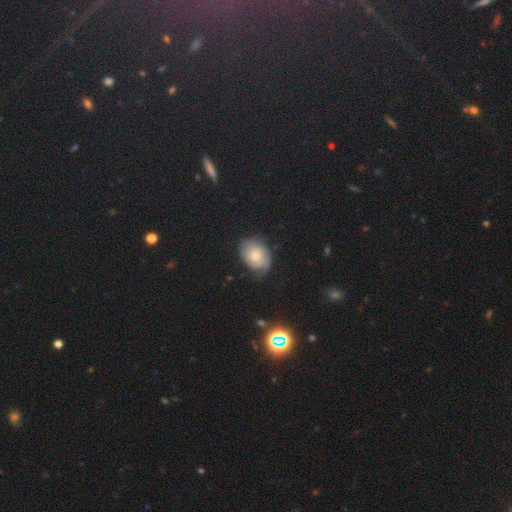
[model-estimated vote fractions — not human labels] Smooth or featured? Predicted: featured or disk (p=0.49). Merging? Predicted: none (p=0.61).